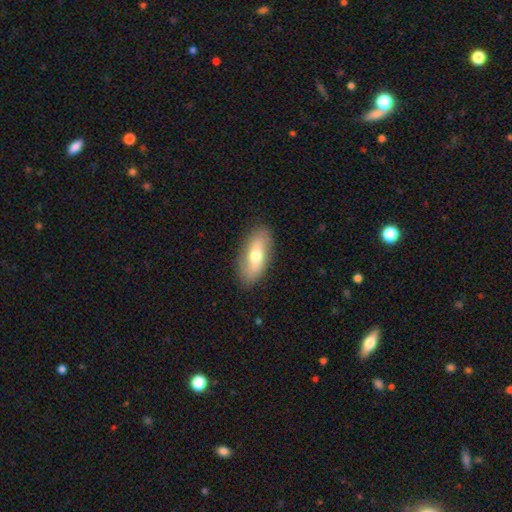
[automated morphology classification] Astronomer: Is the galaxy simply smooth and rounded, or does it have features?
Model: smooth — 56% (runner-up: featured or disk, 38%).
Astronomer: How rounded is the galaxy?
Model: in between — 84%.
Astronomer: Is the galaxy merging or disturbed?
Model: none — 87%.